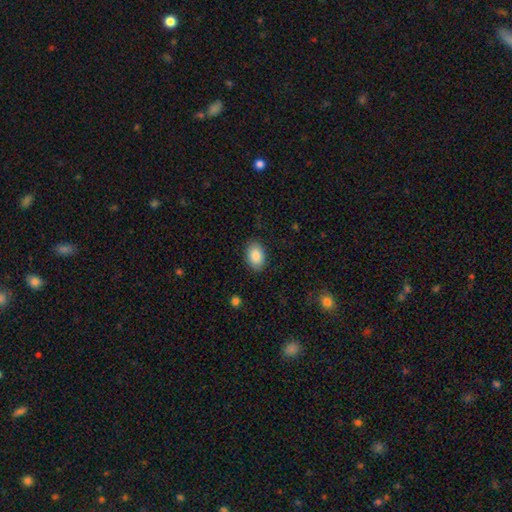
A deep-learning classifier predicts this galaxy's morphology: A smooth galaxy with no disk features (87%) that is in between round and cigar-shaped (84%). Merging: none (87%).